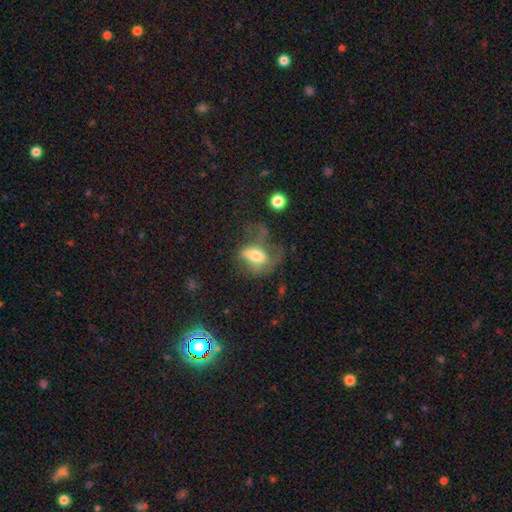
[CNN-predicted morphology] Q: Smooth or featured?
A: smooth (51%); runner-up: featured or disk (38%)
Q: How rounded?
A: in between (78%); runner-up: round (16%)
Q: Merging?
A: major disturbance (51%); runner-up: none (24%)